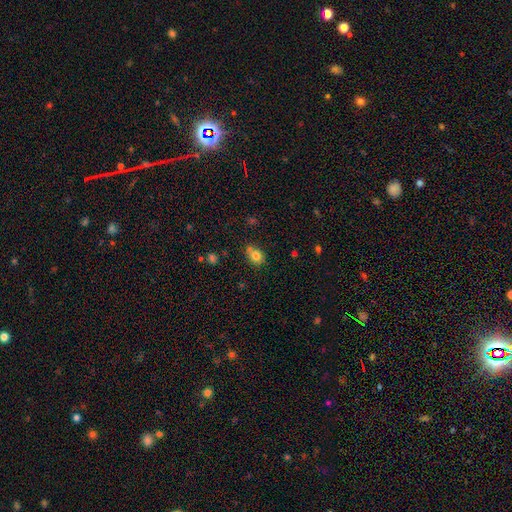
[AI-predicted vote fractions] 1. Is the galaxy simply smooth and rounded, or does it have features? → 79% smooth, 12% star or artifact, 9% featured or disk.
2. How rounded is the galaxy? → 65% round, 34% in between, 1% cigar-shaped.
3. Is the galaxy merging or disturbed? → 59% none, 19% merger, 18% minor disturbance, 5% major disturbance.